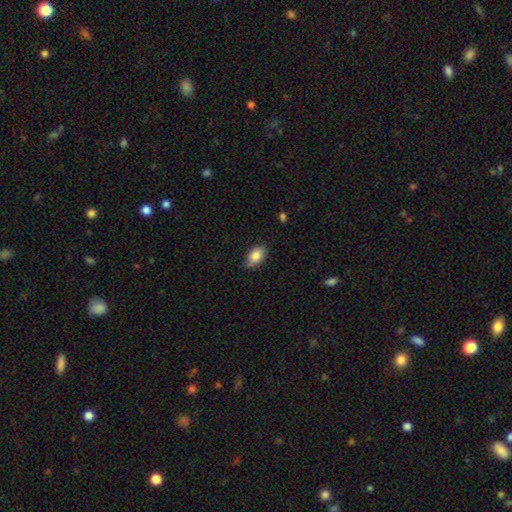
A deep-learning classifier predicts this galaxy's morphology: Smooth or featured? Predicted: smooth (p=0.85). How rounded? Predicted: in between (p=0.86). Merging? Predicted: none (p=0.72).